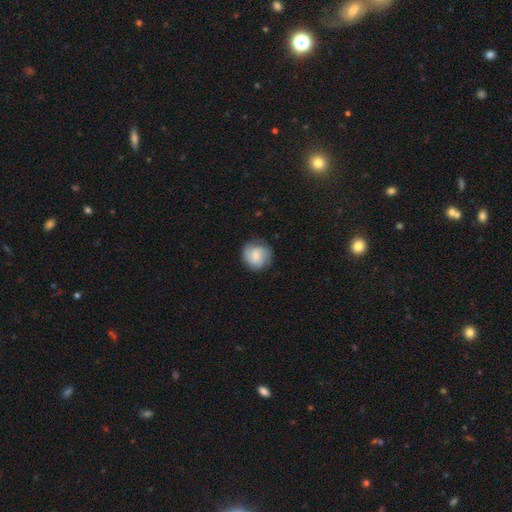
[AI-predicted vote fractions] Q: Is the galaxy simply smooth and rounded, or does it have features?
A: smooth — 56%.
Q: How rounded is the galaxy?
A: round — 90%.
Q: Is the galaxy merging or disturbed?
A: none — 81%.